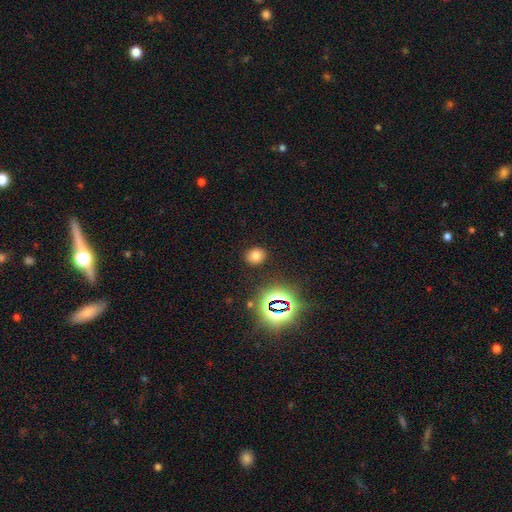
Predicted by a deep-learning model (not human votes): Smooth or featured? smooth (70%)
How rounded? round (58%)
Merging? none (87%)